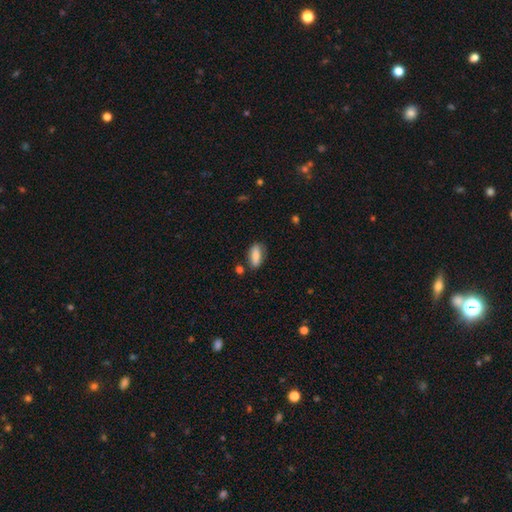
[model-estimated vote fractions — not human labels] smooth-or-featured: smooth: 77% | featured or disk: 16% | star or artifact: 7%
  how-rounded: in between: 76% | cigar-shaped: 21% | round: 4%
  merging: none: 74% | minor disturbance: 17% | merger: 4% | major disturbance: 4%